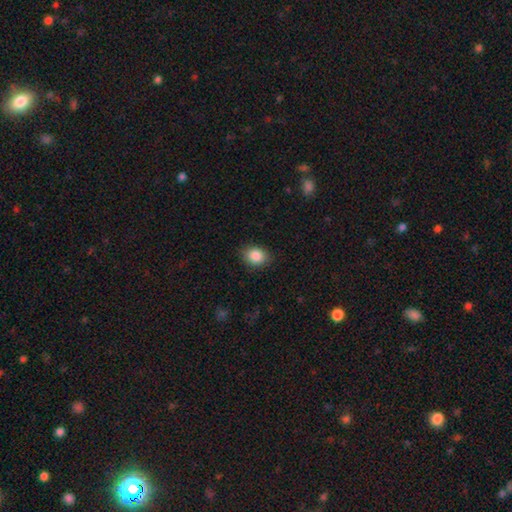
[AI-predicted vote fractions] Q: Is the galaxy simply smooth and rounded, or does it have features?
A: smooth — 87%.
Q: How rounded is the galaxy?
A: in between — 57%.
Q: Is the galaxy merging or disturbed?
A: none — 86%.